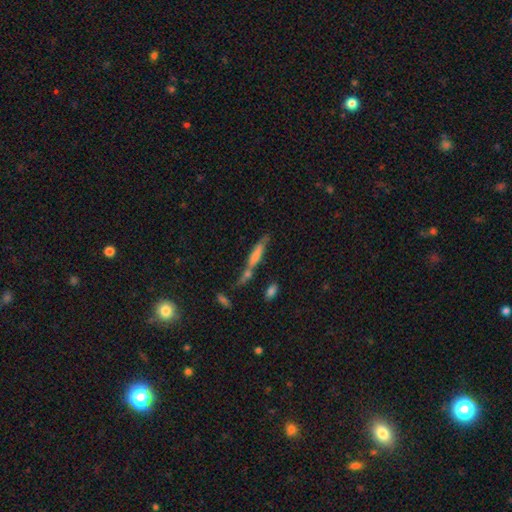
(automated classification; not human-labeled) This is likely a smooth galaxy (62%). How rounded: clearly cigar-shaped (85%). Merging: possibly none (49%).